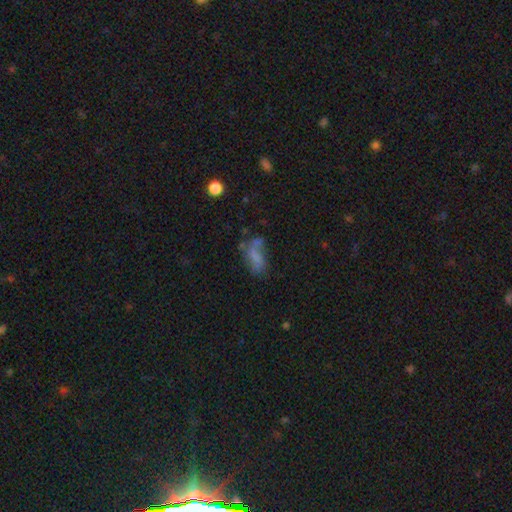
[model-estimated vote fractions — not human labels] Morphology: type=smooth (50%); merging=none (34%).